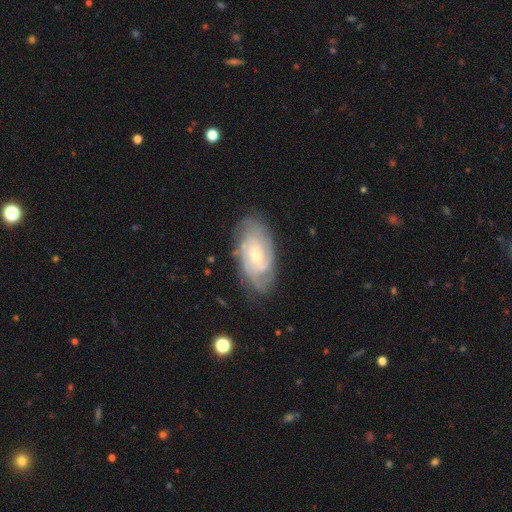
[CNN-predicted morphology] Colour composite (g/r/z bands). It shows a featured or disk galaxy (79%) with no bar (59%), tight (65%) spiral arms (94%) and a small central bulge (64%). Merging: none (75%).